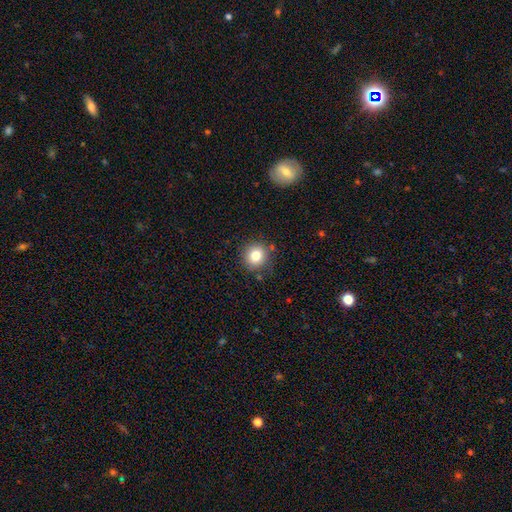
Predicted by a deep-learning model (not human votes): The model was most divided on "smooth or featured": smooth: 80%, star or artifact: 11%, featured or disk: 8%. More confident: how rounded — round (90%); merging — none (83%).